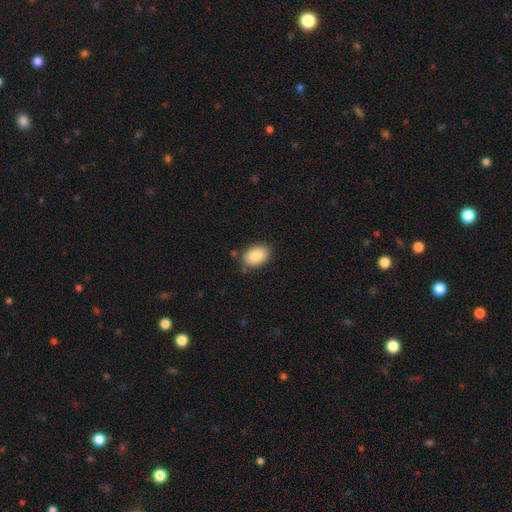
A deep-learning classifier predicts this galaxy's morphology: The model was most divided on "how rounded": in between: 83%, round: 16%, cigar-shaped: 1%. More confident: smooth or featured — smooth (88%); merging — none (83%).